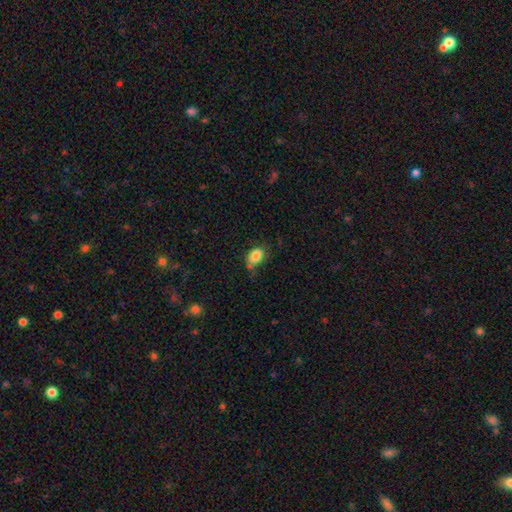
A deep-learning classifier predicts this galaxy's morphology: Smooth or featured? Predicted: smooth (p=0.82). How rounded? Predicted: in between (p=0.77). Merging? Predicted: none (p=0.54).